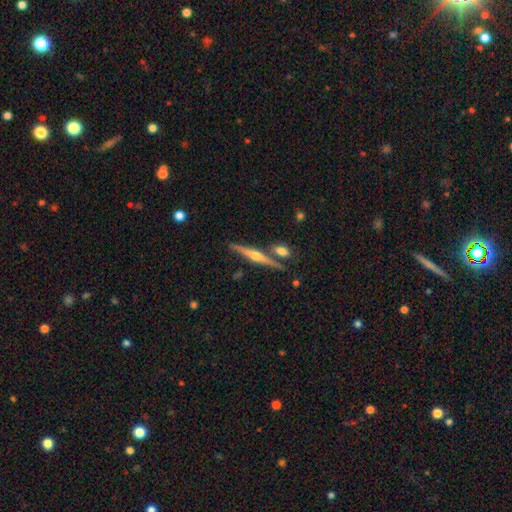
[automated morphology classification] smooth_or_featured: featured or disk (p=0.76) [alt: smooth p=0.17]
disk_edge_on: yes (p=0.98) [alt: no p=0.02]
edge_on_bulge: rounded (p=0.92) [alt: none p=0.04]
merging: none (p=0.78) [alt: merger p=0.11]